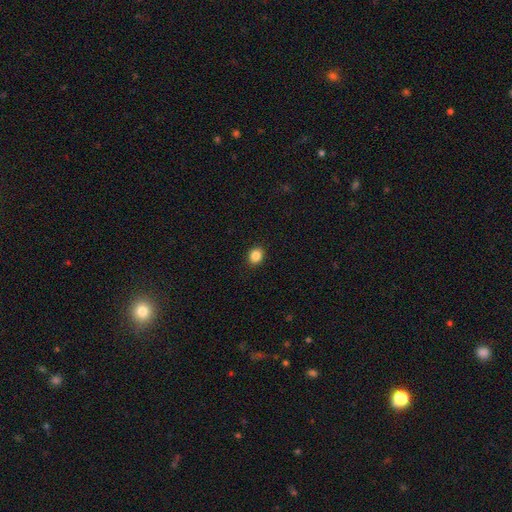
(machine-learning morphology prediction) type=smooth (87%); roundness=round (60%); merging=none (91%).